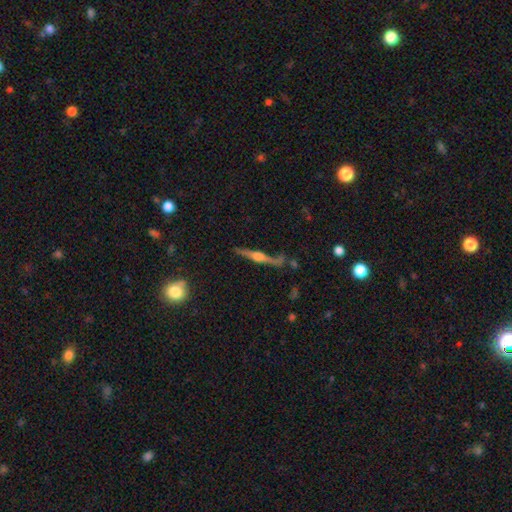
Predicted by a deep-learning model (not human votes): This is likely a featured or disk galaxy (79%). It is clearly viewed edge-on (95%). Edge-on bulge: clearly rounded (89%). Merging: likely none (77%).